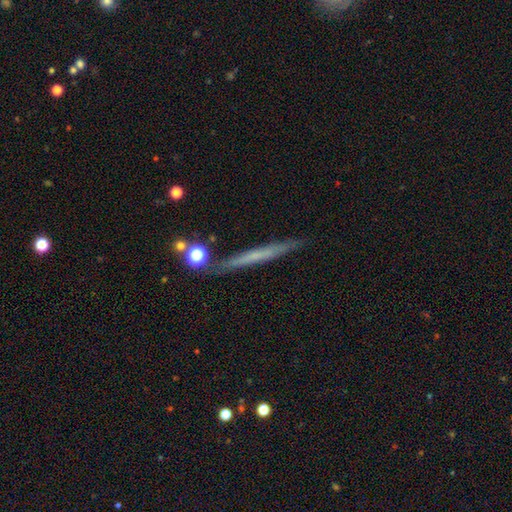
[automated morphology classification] smooth_or_featured: featured or disk (p=0.48) [alt: smooth p=0.43]
merging: none (p=0.85) [alt: minor disturbance p=0.09]